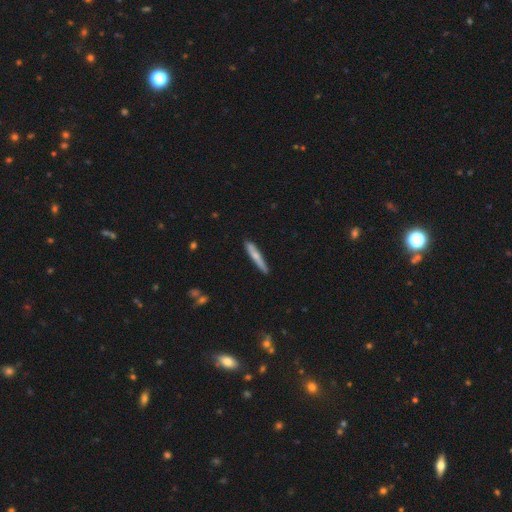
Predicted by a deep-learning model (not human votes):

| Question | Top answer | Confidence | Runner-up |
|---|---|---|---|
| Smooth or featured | smooth | 64% | featured or disk (31%) |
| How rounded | cigar-shaped | 93% | in between (6%) |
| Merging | none | 84% | minor disturbance (12%) |